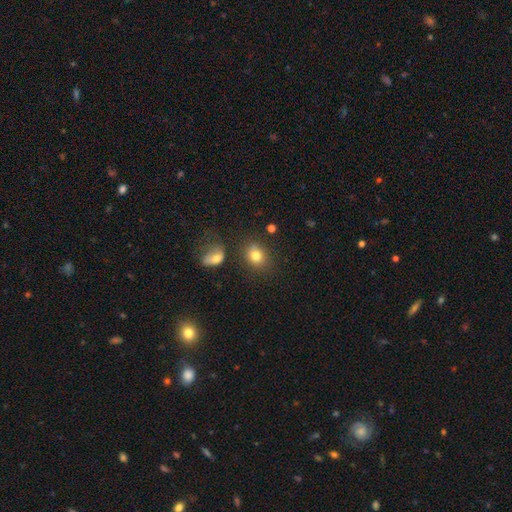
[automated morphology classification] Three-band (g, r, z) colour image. It shows a smooth galaxy with no disk features (79%) that is round (59%). Merging: none (69%).